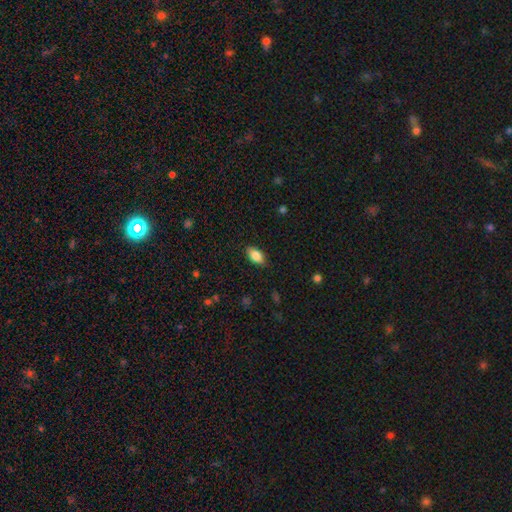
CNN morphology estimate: Q: Smooth or featured?
A: smooth (85%); runner-up: featured or disk (7%)
Q: How rounded?
A: in between (91%); runner-up: cigar-shaped (5%)
Q: Merging?
A: none (85%); runner-up: minor disturbance (12%)